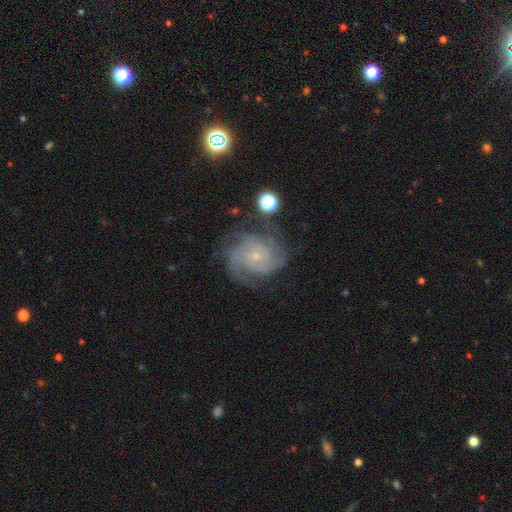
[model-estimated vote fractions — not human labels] Morphology: type=featured or disk (85%); edge-on=no (98%); bar=no (76%); spiral arms=yes (97%); winding=tight (57%); arm count=3 (33%); bulge=small (83%); merging=none (70%).